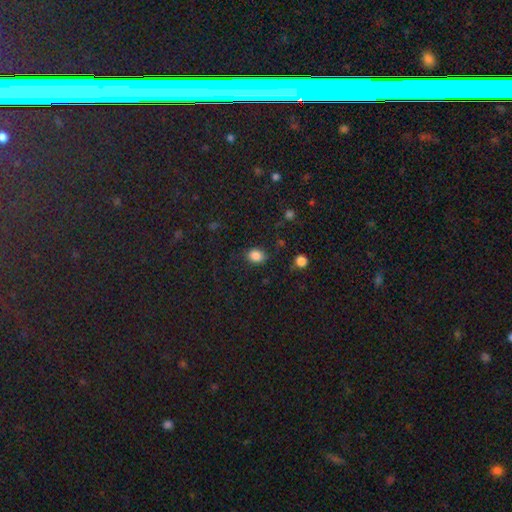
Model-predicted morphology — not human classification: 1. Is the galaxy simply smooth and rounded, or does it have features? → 85% smooth, 11% star or artifact, 4% featured or disk.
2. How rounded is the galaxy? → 56% in between, 43% round, 1% cigar-shaped.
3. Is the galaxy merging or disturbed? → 77% none, 16% minor disturbance, 5% major disturbance, 2% merger.